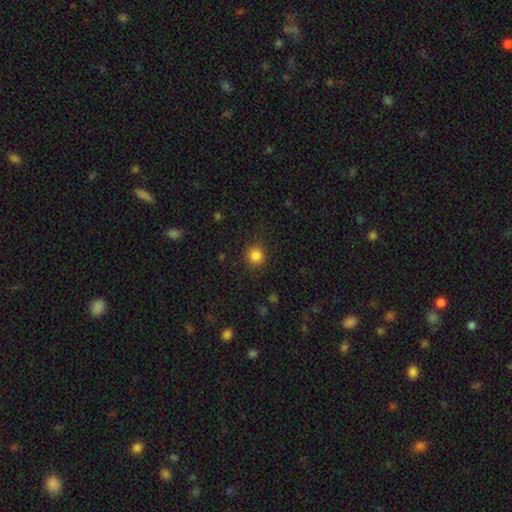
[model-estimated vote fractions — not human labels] Smooth or featured: smooth — 85% (star or artifact — 11%)
How rounded: round — 92% (in between — 7%)
Merging: none — 87% (minor disturbance — 8%)